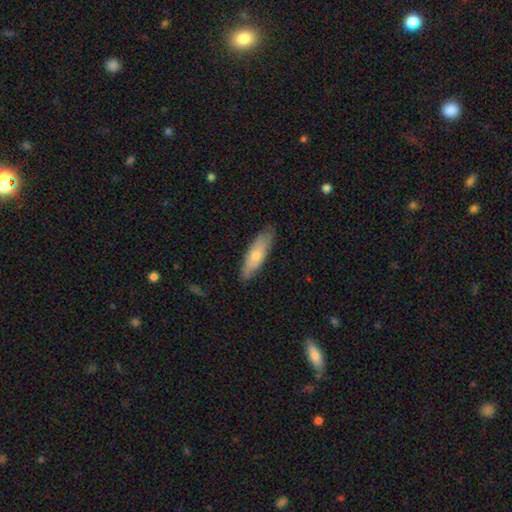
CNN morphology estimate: smooth_or_featured: smooth (p=0.61) [alt: featured or disk p=0.34]
how_rounded: cigar-shaped (p=0.53) [alt: in between p=0.46]
merging: none (p=0.80) [alt: minor disturbance p=0.17]